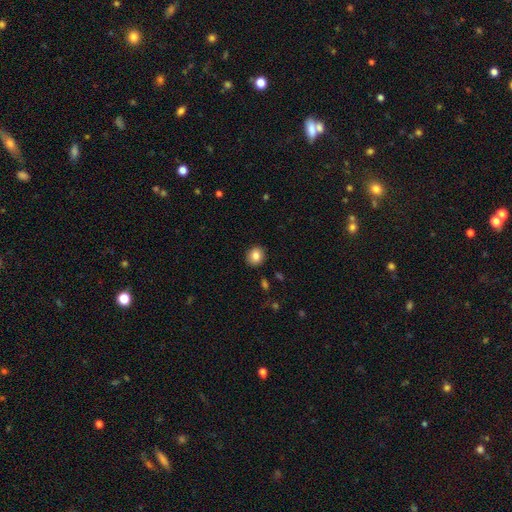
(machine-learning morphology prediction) Q: Smooth or featured?
A: smooth (84%); runner-up: star or artifact (9%)
Q: How rounded?
A: round (78%); runner-up: in between (21%)
Q: Merging?
A: none (90%); runner-up: minor disturbance (7%)